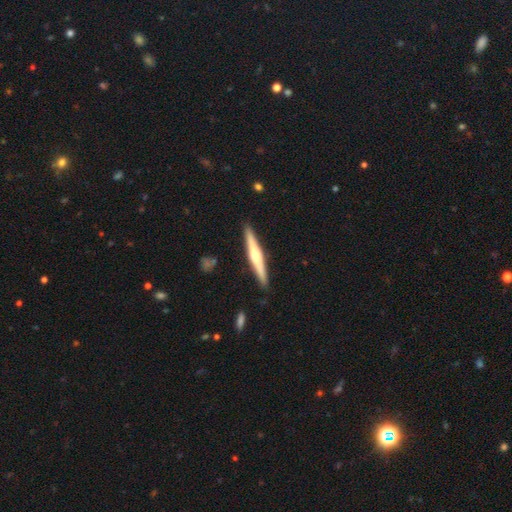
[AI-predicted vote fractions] This is likely a featured or disk galaxy (65%). It is clearly viewed edge-on (97%). Edge-on bulge: clearly rounded (87%). Merging: clearly none (90%).